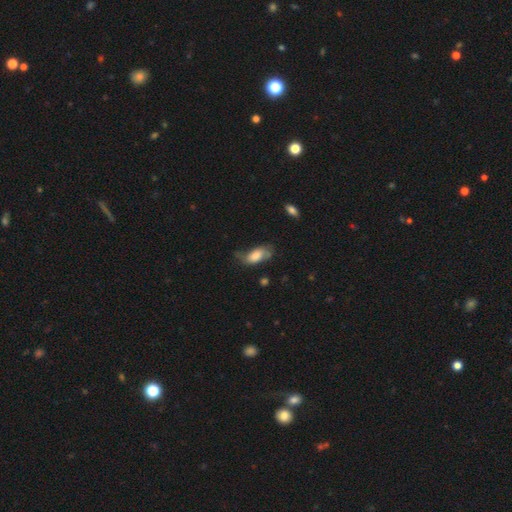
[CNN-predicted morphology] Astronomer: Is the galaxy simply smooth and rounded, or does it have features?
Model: smooth — 69%.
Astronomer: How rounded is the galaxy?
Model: in between — 87%.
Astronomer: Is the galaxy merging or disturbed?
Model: none — 46% (runner-up: minor disturbance, 34%).